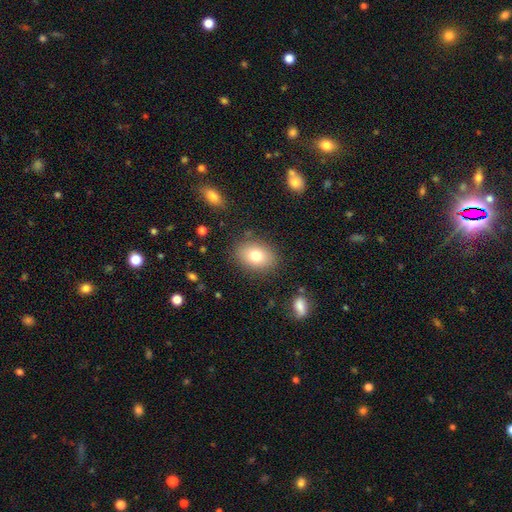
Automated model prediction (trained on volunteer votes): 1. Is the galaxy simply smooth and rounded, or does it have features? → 79% smooth, 12% featured or disk, 9% star or artifact.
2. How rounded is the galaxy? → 75% in between, 24% round, 1% cigar-shaped.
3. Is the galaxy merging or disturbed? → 84% none, 11% minor disturbance, 3% major disturbance, 2% merger.